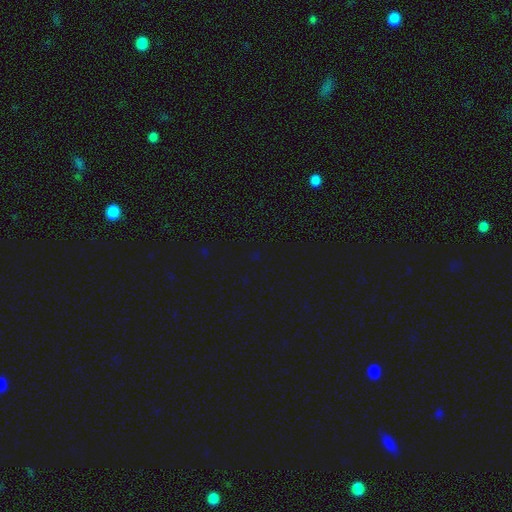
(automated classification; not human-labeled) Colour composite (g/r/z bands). It shows a star or artifact, not a galaxy (76%).